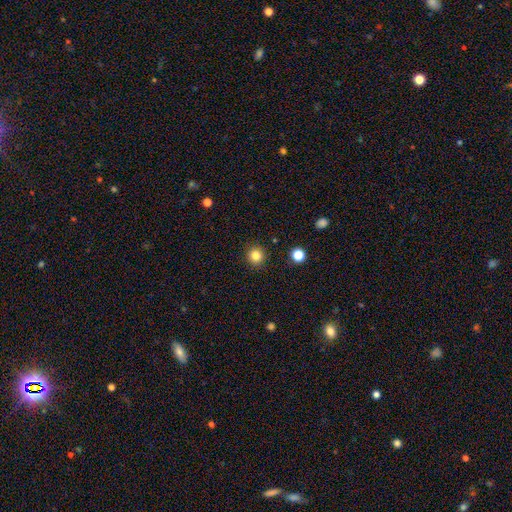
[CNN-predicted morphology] Smooth or featured? smooth (83%)
How rounded? round (93%)
Merging? none (92%)